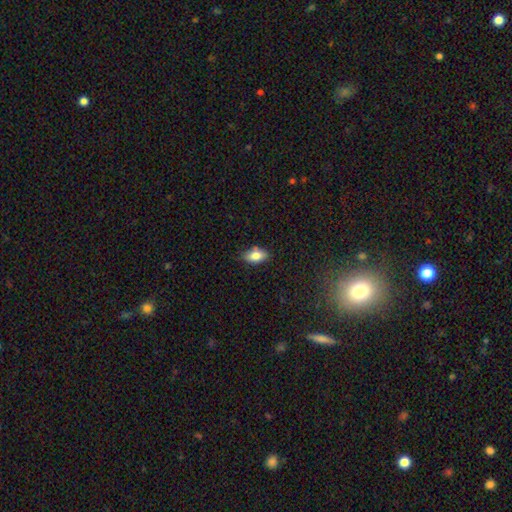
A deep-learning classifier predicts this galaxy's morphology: Smooth or featured? smooth (81%)
How rounded? in between (89%)
Merging? none (75%)